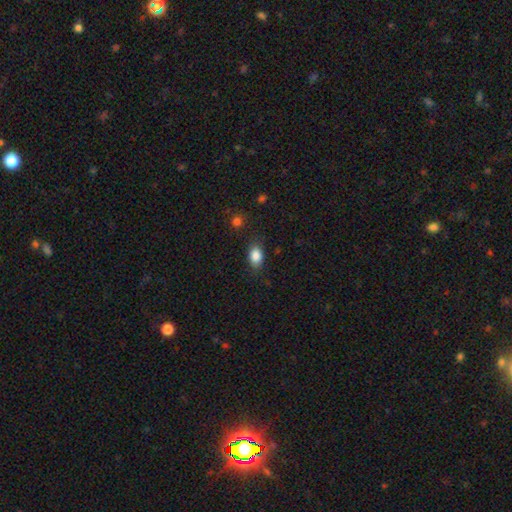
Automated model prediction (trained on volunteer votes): Smooth or featured? Predicted: smooth (p=0.85). How rounded? Predicted: in between (p=0.80). Merging? Predicted: none (p=0.81).